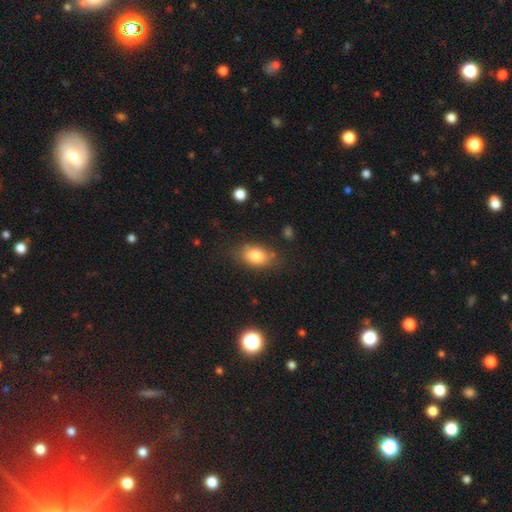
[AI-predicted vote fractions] Morphology: type=smooth (81%); roundness=in between (84%); merging=none (71%).